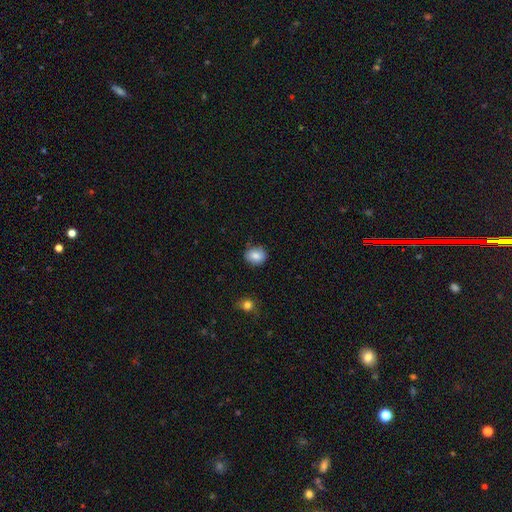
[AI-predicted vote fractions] smooth_or_featured: smooth (p=0.85) [alt: star or artifact p=0.09]
how_rounded: round (p=0.59) [alt: in between p=0.40]
merging: none (p=0.82) [alt: minor disturbance p=0.13]